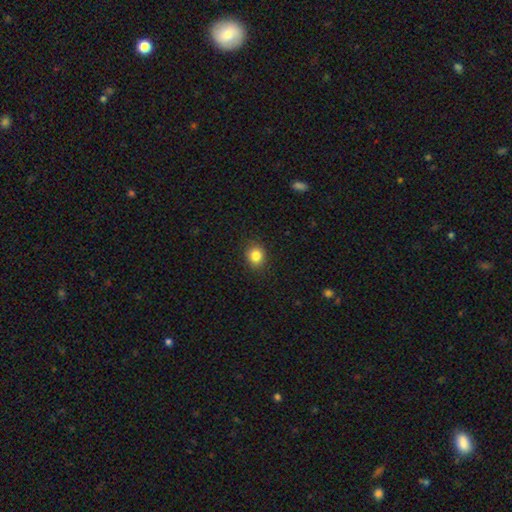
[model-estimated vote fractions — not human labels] smooth-or-featured: smooth: 84% | star or artifact: 11% | featured or disk: 5%
  how-rounded: round: 75% | in between: 24% | cigar-shaped: 1%
  merging: none: 89% | minor disturbance: 8% | major disturbance: 2% | merger: 1%